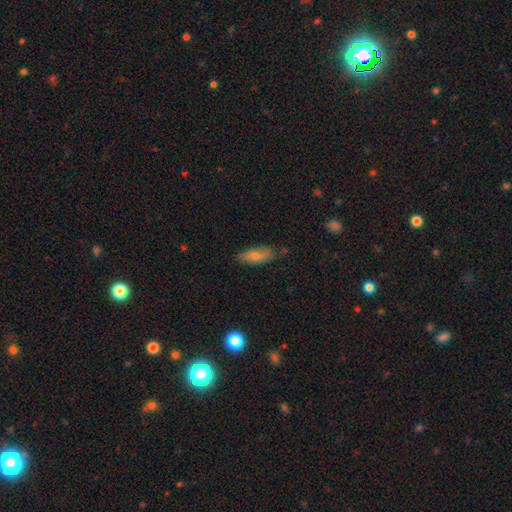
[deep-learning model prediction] smooth-or-featured: smooth: 76% | featured or disk: 17% | star or artifact: 7%
  how-rounded: in between: 75% | cigar-shaped: 22% | round: 2%
  merging: none: 68% | minor disturbance: 25% | major disturbance: 5% | merger: 2%